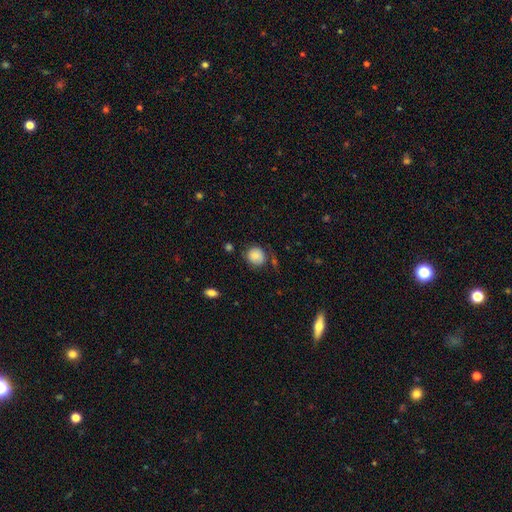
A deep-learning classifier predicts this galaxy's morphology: smooth_or_featured: smooth (p=0.80) [alt: featured or disk p=0.11]
how_rounded: round (p=0.84) [alt: in between p=0.15]
merging: none (p=0.68) [alt: minor disturbance p=0.20]